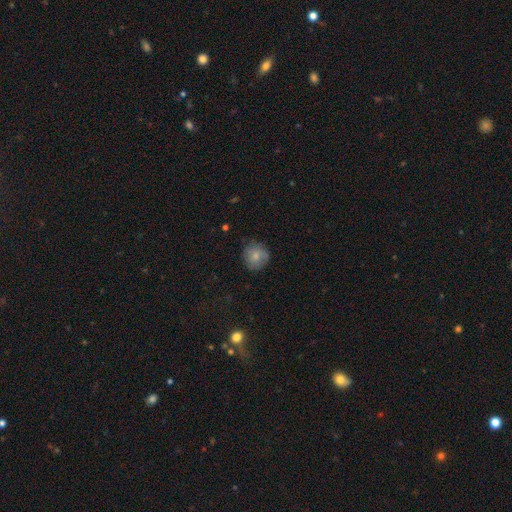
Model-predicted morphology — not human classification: smooth_or_featured: smooth (p=0.76) [alt: featured or disk p=0.15]
how_rounded: round (p=0.91) [alt: in between p=0.08]
merging: none (p=0.80) [alt: minor disturbance p=0.15]